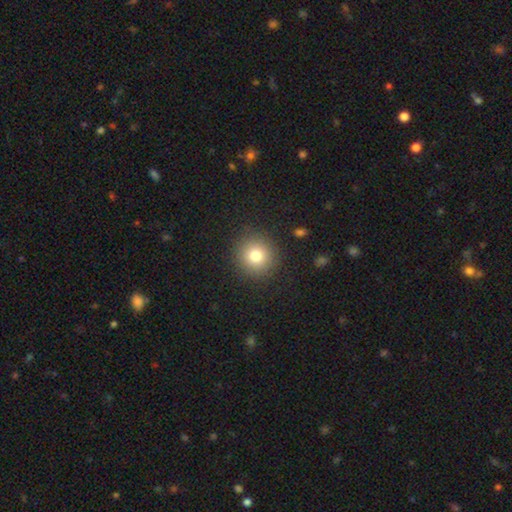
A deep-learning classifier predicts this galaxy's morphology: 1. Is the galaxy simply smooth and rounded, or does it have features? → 80% smooth, 12% star or artifact, 9% featured or disk.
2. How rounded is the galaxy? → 92% round, 7% in between, 1% cigar-shaped.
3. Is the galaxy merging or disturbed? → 89% none, 7% minor disturbance, 3% major disturbance, 1% merger.